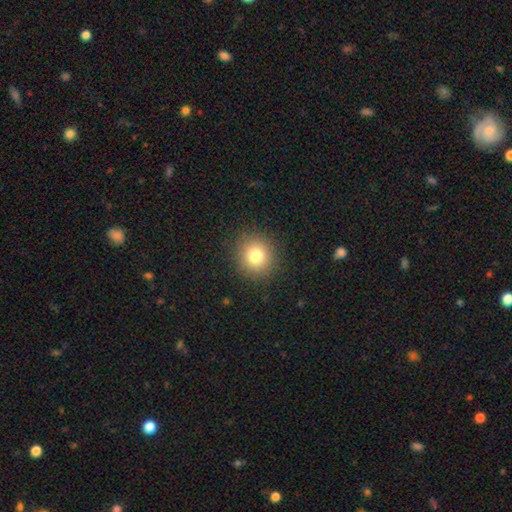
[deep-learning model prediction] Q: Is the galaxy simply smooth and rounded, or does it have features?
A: smooth — 80%.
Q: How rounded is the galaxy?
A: round — 90%.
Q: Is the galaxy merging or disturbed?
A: none — 90%.